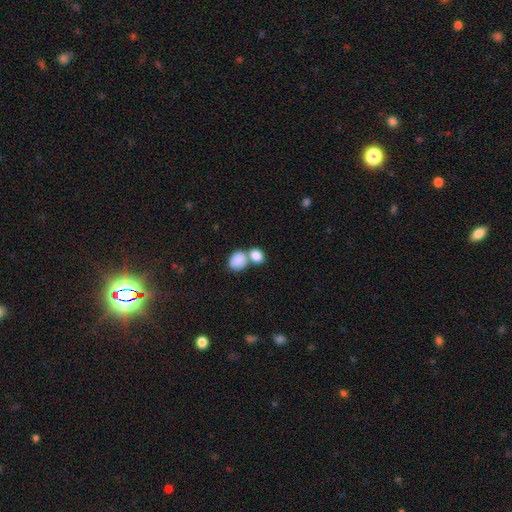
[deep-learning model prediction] Smooth or featured?
  - smooth: 85% *
  - star or artifact: 7%
  - featured or disk: 7%
How rounded?
  - in between: 56% *
  - round: 42%
  - cigar-shaped: 1%
Merging?
  - merger: 55% *
  - none: 33%
  - minor disturbance: 8%
  - major disturbance: 4%